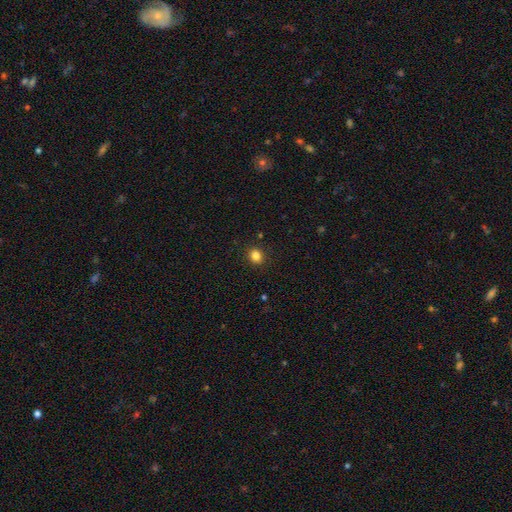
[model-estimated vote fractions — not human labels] smooth_or_featured: smooth (p=0.83) [alt: star or artifact p=0.12]
how_rounded: round (p=0.79) [alt: in between p=0.20]
merging: none (p=0.91) [alt: minor disturbance p=0.06]